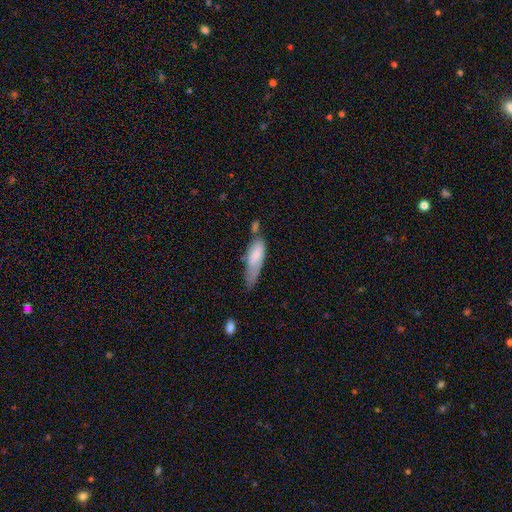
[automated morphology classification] The model was most divided on "how rounded": cigar-shaped: 50%, in between: 49%, round: 2%. Remaining: smooth or featured — smooth (74%); merging — minor disturbance (34%).